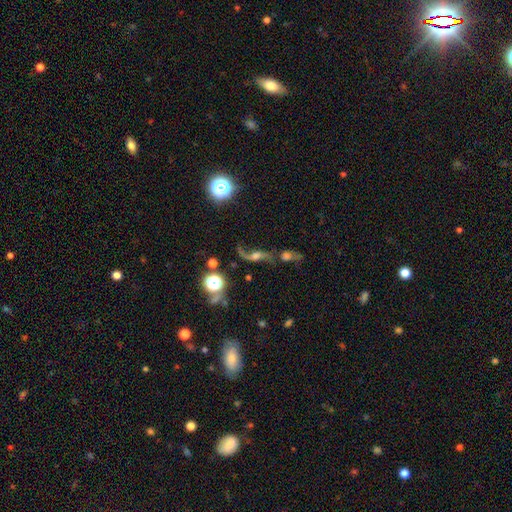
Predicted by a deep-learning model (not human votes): featured or disk 69%, star or artifact 16%, smooth 15%. Down the decision tree: edge-on disk — no (88%); bar — no (56%); spiral arms — yes (90%); spiral arm count — 2 (82%); spiral winding — loose (93%); bulge size — moderate (38%); merging — none (45%).